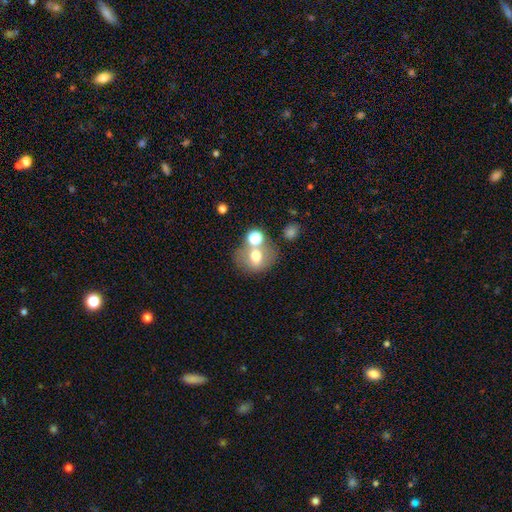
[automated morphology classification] This is likely a smooth galaxy (62%). How rounded: likely round (62%). Merging: possibly none (54%).